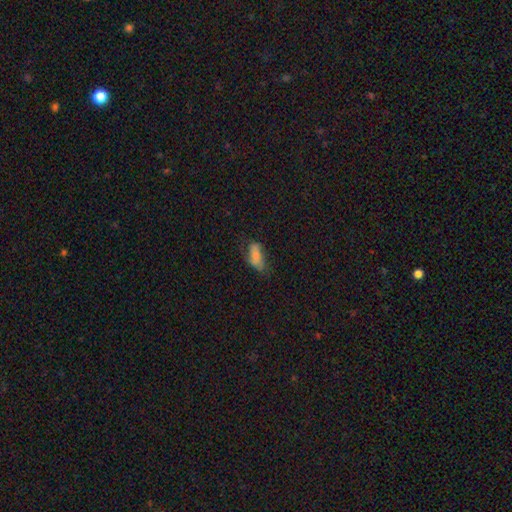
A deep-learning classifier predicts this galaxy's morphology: A smooth galaxy with no disk features (69%) that is in between round and cigar-shaped (85%). Merging: none (47%).